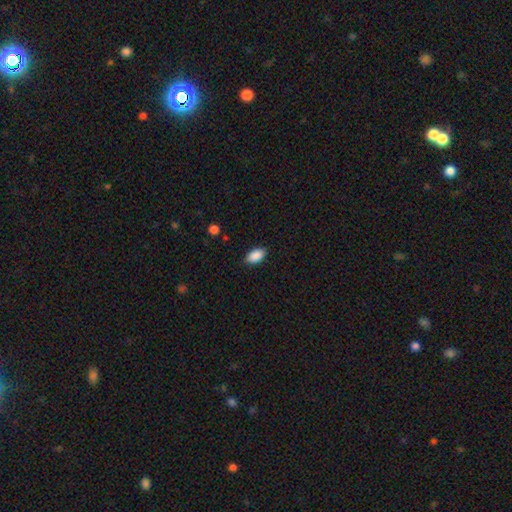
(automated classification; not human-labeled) smooth_or_featured: smooth (p=0.89) [alt: star or artifact p=0.07]
how_rounded: in between (p=0.94) [alt: round p=0.04]
merging: none (p=0.85) [alt: minor disturbance p=0.11]